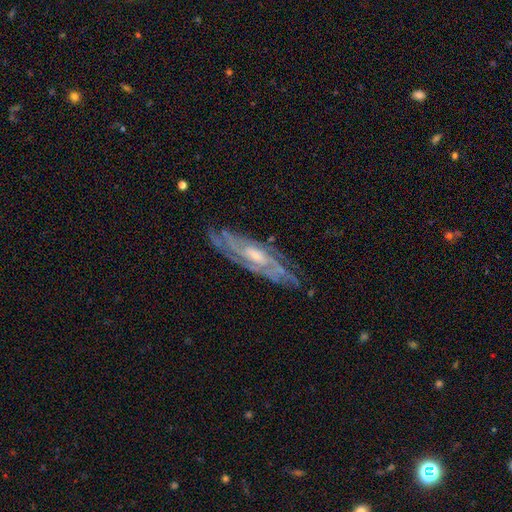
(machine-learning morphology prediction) type=featured or disk (87%); edge-on=no (81%); bar=no (55%); spiral arms=yes (96%); winding=tight (63%); arm count=can't tell (35%); bulge=small (46%); merging=none (76%).